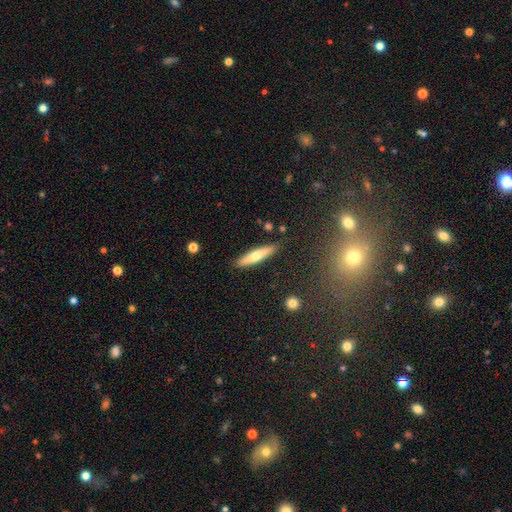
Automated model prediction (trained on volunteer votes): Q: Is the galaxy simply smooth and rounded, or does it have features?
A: smooth — 57%.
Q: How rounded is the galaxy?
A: cigar-shaped — 84%.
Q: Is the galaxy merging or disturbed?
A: none — 87%.